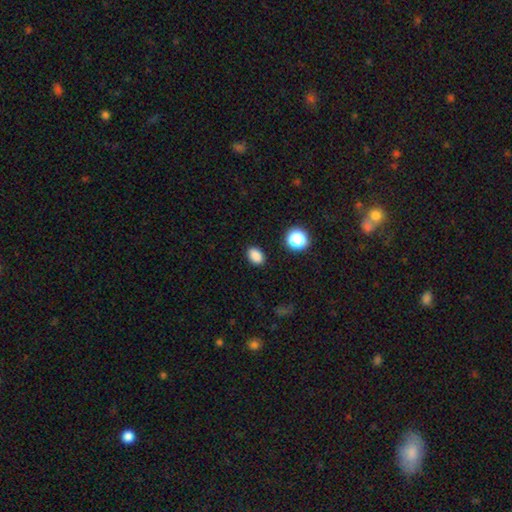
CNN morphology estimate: This is clearly a smooth galaxy (85%). How rounded: likely in between (78%). Merging: clearly none (88%).